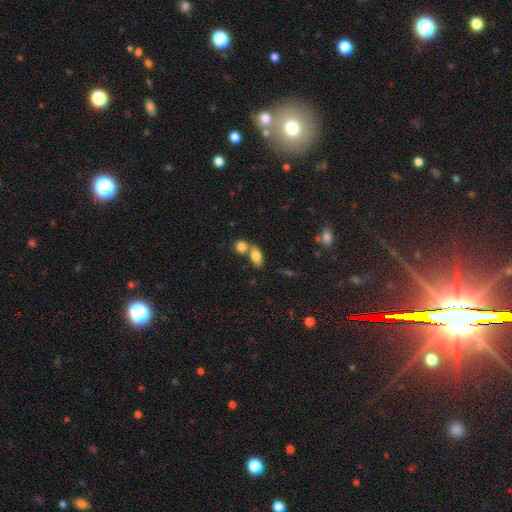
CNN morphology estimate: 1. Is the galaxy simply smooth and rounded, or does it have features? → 81% smooth, 10% featured or disk, 9% star or artifact.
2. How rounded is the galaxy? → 83% in between, 13% round, 4% cigar-shaped.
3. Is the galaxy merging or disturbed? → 48% merger, 40% none, 9% minor disturbance, 3% major disturbance.